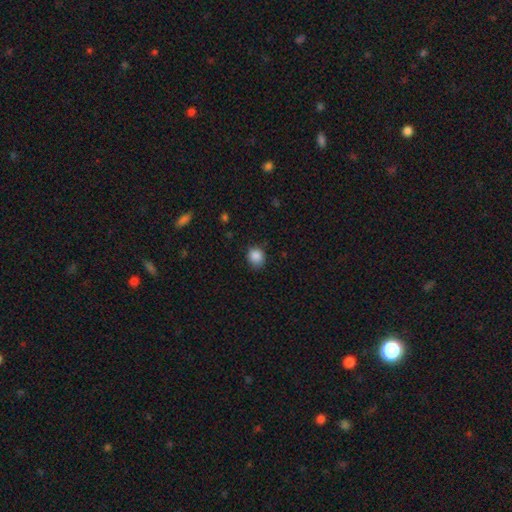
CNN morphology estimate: Smooth or featured? smooth (87%)
How rounded? round (77%)
Merging? none (79%)